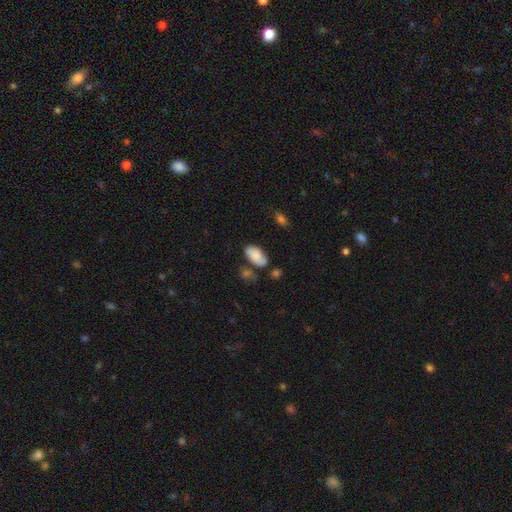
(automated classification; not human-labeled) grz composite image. It shows a smooth galaxy with no disk features (81%) that is in between round and cigar-shaped (94%). Merging: none (59%).